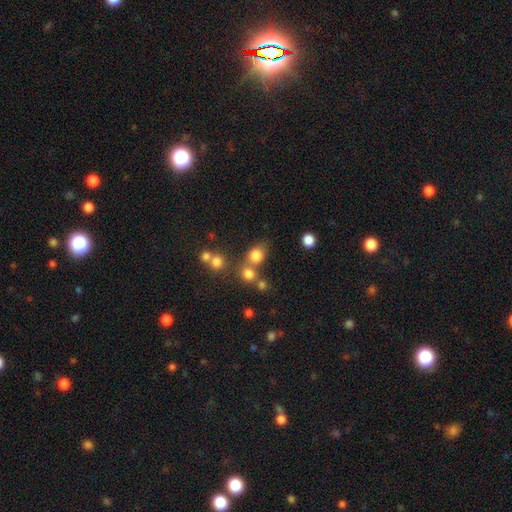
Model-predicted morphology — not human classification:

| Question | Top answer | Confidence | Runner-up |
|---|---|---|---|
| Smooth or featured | smooth | 78% | star or artifact (14%) |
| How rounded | round | 69% | in between (30%) |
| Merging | none | 56% | merger (27%) |